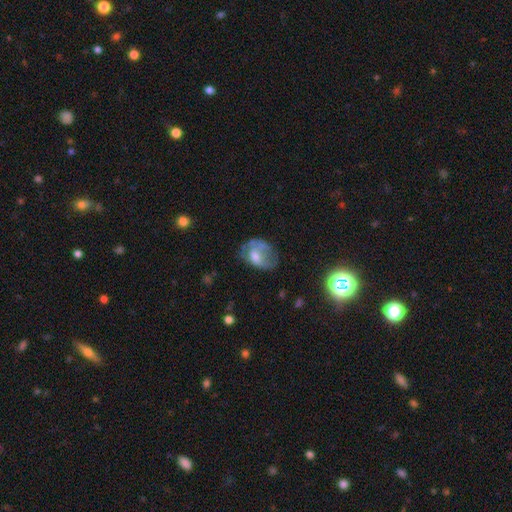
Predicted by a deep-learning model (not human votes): smooth 47%, featured or disk 43%, star or artifact 10%. Down the decision tree: merging — none (35%).